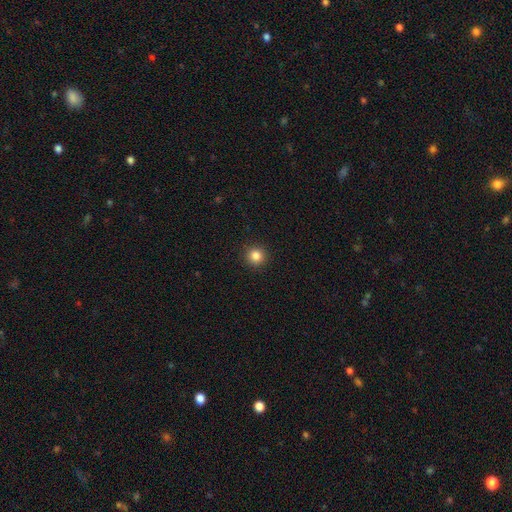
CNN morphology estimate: Q: Smooth or featured?
A: smooth (84%); runner-up: star or artifact (11%)
Q: How rounded?
A: round (94%); runner-up: in between (5%)
Q: Merging?
A: none (93%); runner-up: minor disturbance (5%)